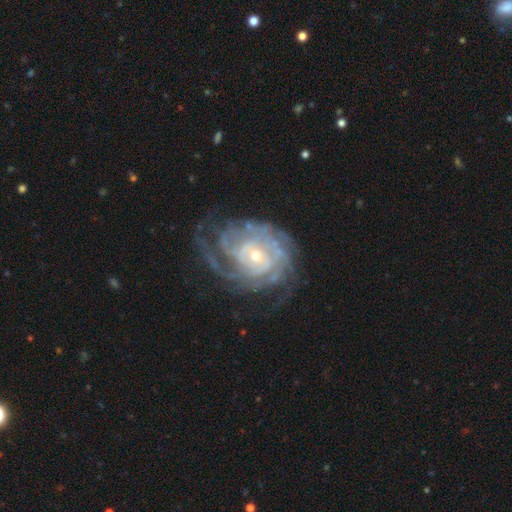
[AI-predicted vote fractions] This appears to be a featured or disk galaxy (89%) with no bar (71%), tight (69%) spiral arms (95%) and a small central bulge (65%). Merging: none (64%).